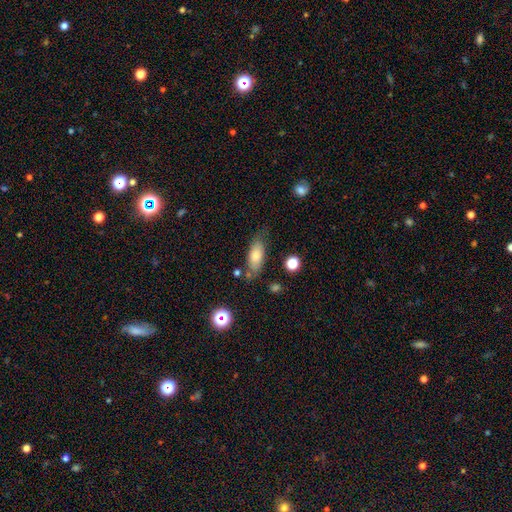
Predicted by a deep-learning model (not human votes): This is likely a smooth galaxy (73%). How rounded: clearly in between (81%). Merging: likely none (69%).